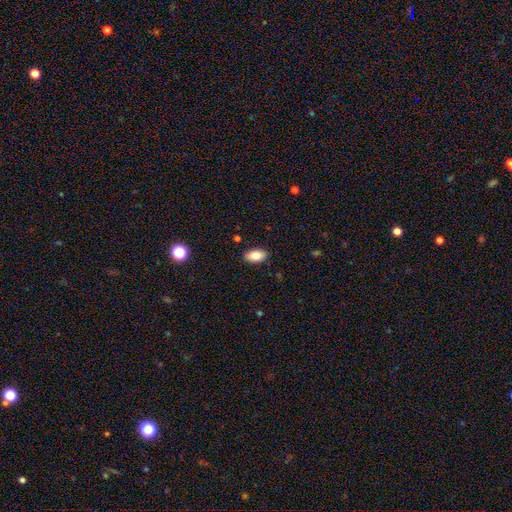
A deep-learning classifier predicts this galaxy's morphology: This appears to be a smooth galaxy with no disk features (82%) that is in between round and cigar-shaped (92%). Merging: none (87%).